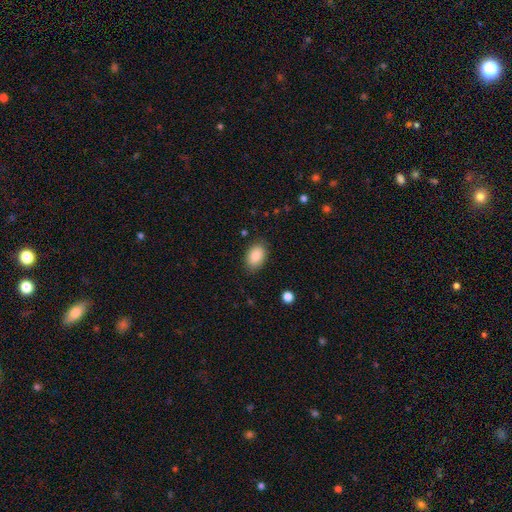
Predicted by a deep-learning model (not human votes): smooth 88%, star or artifact 7%, featured or disk 5%. Down the decision tree: how rounded — in between (88%); merging — none (84%).